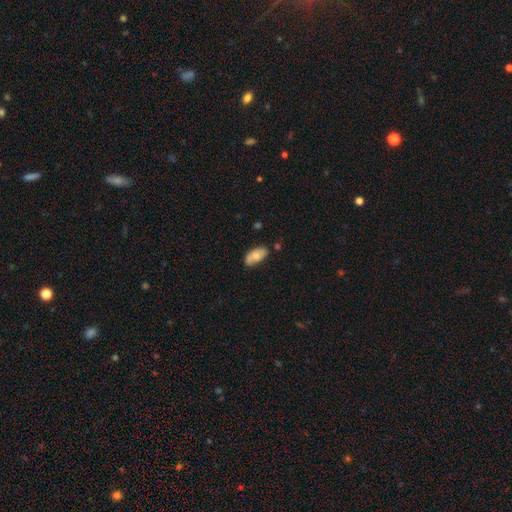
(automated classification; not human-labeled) The model was most divided on "merging": none: 67%, minor disturbance: 24%, merger: 5%, major disturbance: 4%. More confident: how rounded — in between (90%); smooth or featured — smooth (70%).